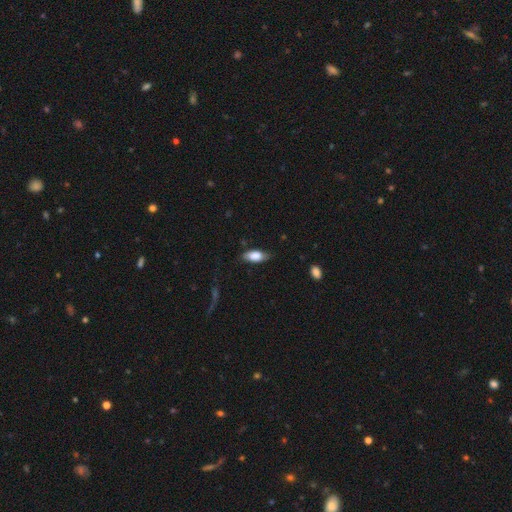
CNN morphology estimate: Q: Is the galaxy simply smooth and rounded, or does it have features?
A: smooth — 78%.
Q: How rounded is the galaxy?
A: in between — 86%.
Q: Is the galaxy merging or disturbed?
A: none — 68%.